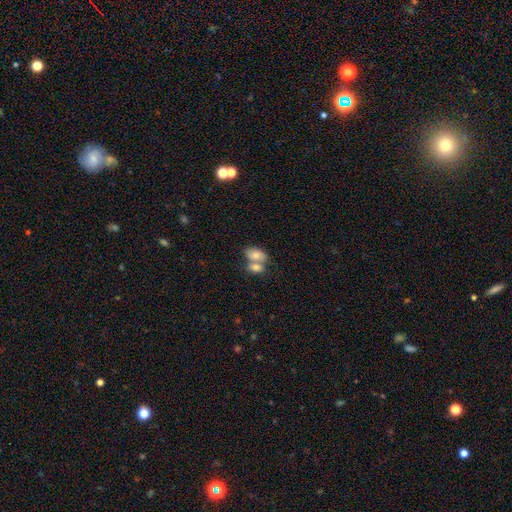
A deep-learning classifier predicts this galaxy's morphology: Smooth or featured? smooth (73%)
How rounded? in between (86%)
Merging? merger (62%)